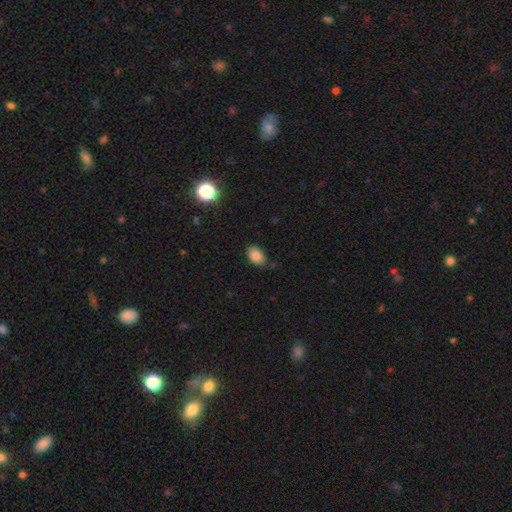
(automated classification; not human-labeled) Smooth or featured? Predicted: smooth (p=0.85). How rounded? Predicted: in between (p=0.87). Merging? Predicted: none (p=0.76).